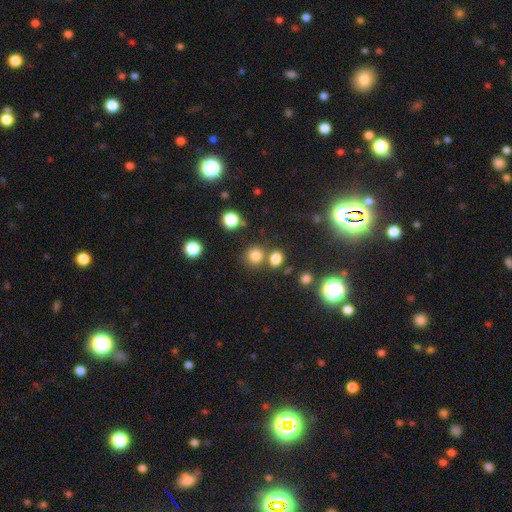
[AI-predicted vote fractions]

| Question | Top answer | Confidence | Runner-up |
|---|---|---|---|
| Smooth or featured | smooth | 78% | star or artifact (16%) |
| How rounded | round | 87% | in between (12%) |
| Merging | none | 67% | merger (22%) |